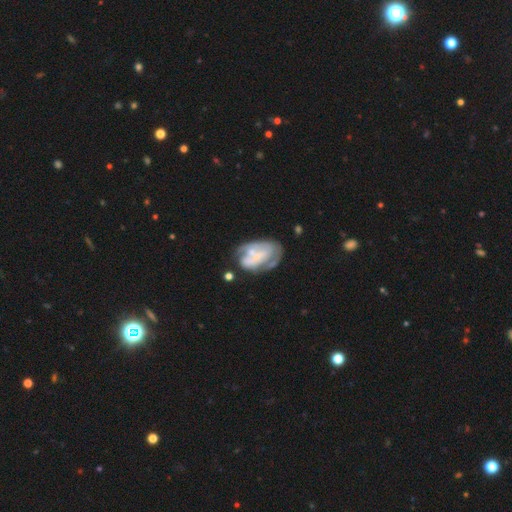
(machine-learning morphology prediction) A featured or disk galaxy (66%) with no bar (69%), spiral arms (56%) and a small central bulge (51%). Merging: none (38%).